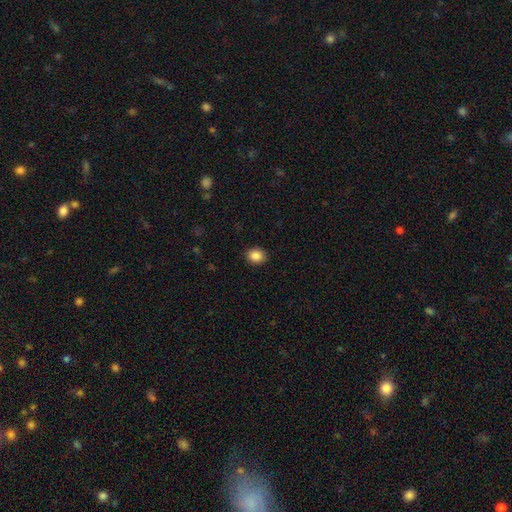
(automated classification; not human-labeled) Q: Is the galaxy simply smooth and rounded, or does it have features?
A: smooth — 87%.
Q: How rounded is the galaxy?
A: round — 59%.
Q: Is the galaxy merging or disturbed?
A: none — 90%.